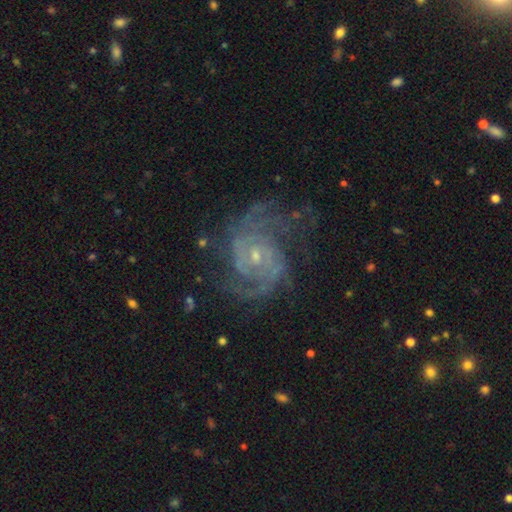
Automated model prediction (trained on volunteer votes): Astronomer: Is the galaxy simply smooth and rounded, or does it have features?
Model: featured or disk — 89%.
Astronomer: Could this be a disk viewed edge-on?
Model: no — 98%.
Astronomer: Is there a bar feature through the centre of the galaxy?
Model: no — 64%.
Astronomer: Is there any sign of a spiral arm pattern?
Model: yes — 97%.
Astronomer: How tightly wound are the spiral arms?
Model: medium — 44% (runner-up: tight, 43%).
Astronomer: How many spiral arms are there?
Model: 2 — 54%.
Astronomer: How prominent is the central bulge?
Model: small — 71%.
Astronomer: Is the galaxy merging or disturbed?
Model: none — 66%.